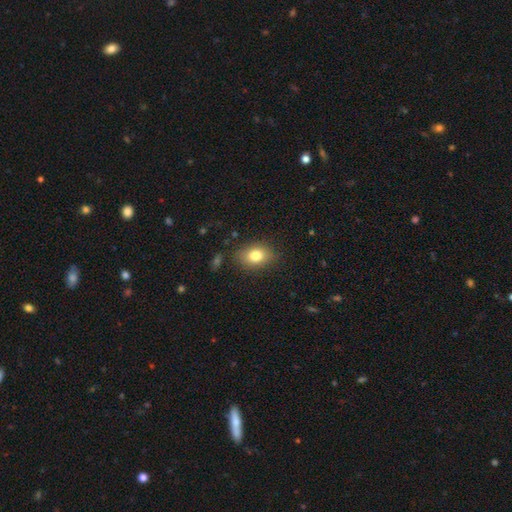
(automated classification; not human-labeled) A smooth galaxy with no disk features (80%) that is in between round and cigar-shaped (72%). Merging: none (83%).